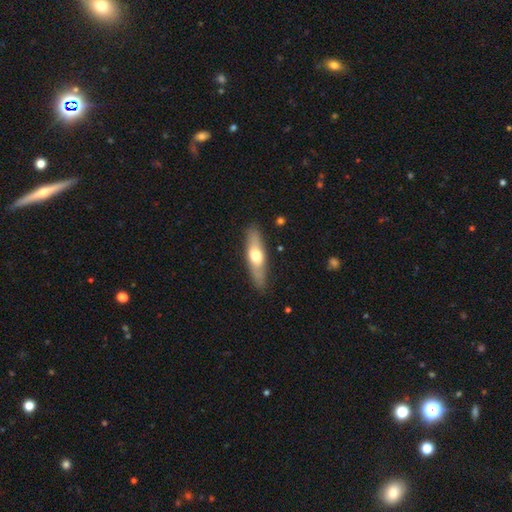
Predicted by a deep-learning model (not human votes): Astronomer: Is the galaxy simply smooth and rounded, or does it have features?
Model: smooth — 53% (runner-up: featured or disk, 42%).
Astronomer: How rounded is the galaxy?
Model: cigar-shaped — 66%.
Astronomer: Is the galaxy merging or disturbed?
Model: none — 85%.